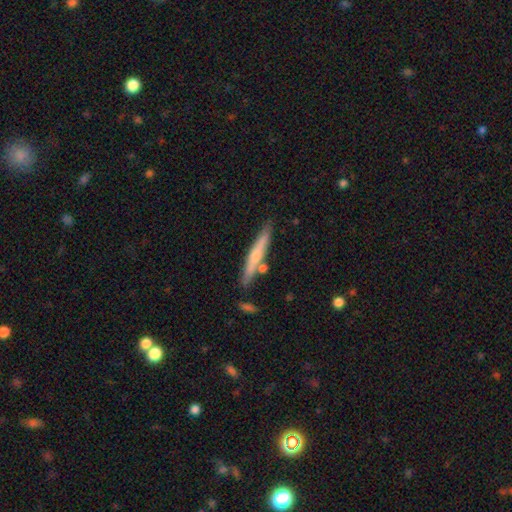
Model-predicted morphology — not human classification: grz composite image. It shows a featured or disk galaxy (57%) viewed edge-on (92%) with a rounded central bulge (63%). Merging: none (77%).